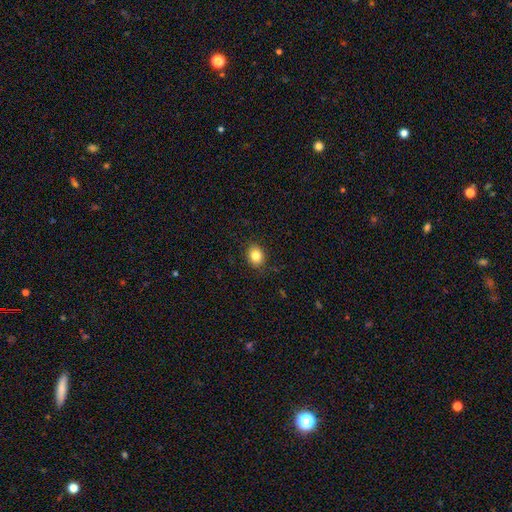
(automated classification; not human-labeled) Overall: smooth (83%). How rounded: round (53%; in between 46%). Merging: none (87%).